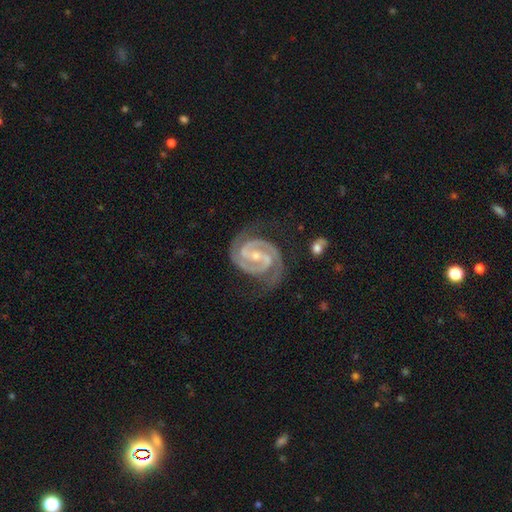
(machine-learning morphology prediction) Smooth or featured? featured or disk (94%)
Edge-on disk? no (98%)
Bar? strong (43%)
Spiral arms? yes (99%)
Spiral winding? tight (62%)
Spiral arm count? 2 (93%)
Bulge size? small (64%)
Merging? none (76%)